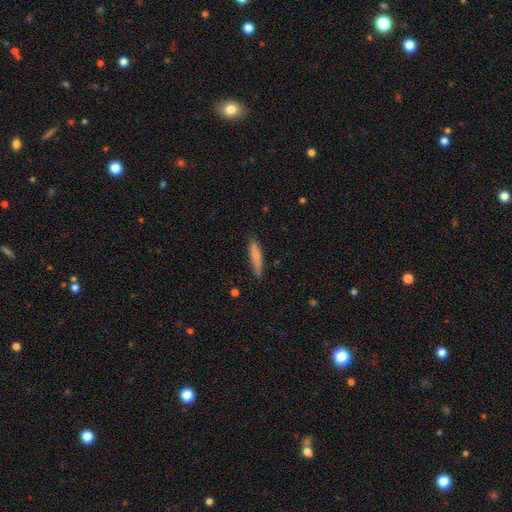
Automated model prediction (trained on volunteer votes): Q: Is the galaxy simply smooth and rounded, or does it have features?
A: smooth — 79%.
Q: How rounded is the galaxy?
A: cigar-shaped — 88%.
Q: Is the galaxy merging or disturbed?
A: none — 83%.